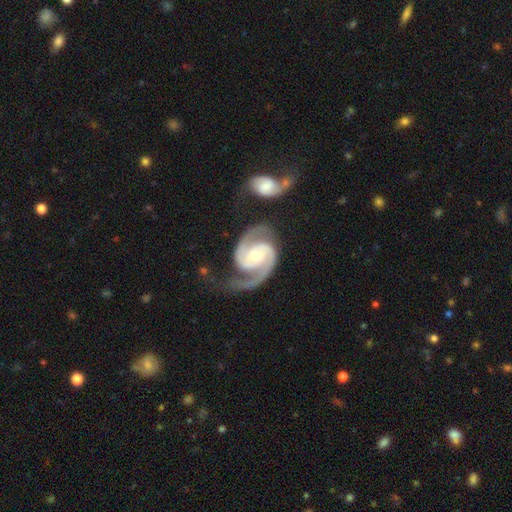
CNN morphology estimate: Overall: featured or disk (94%). Edge-on disk: no (98%). Bar: no (46%; weak 36%). Spiral arms: yes (99%). Spiral arm count: 2 (93%). Spiral winding: medium (56%; tight 32%). Bulge size: moderate (48%; small 47%). Merging: none (65%).